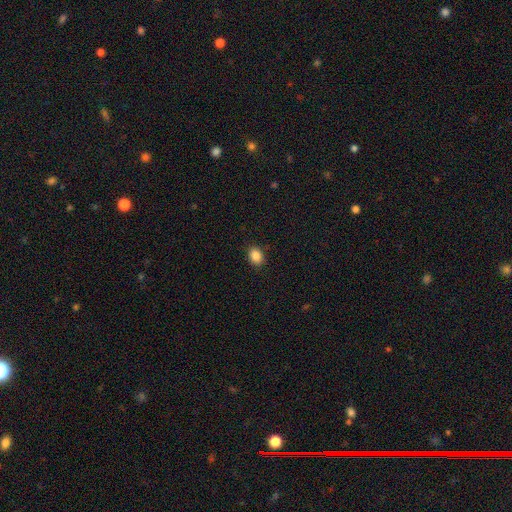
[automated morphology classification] Overall: smooth (87%). How rounded: in between (66%; round 33%). Merging: none (90%).